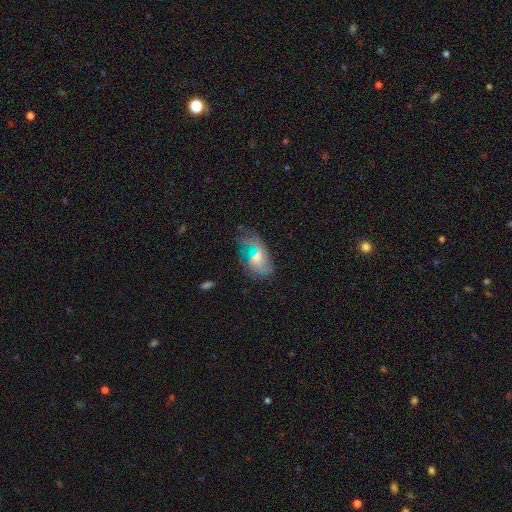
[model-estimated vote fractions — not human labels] This appears to be a featured or disk galaxy (58%) with a weak bar (46%), spiral arms (79%) and a moderate central bulge (47%). Merging: none (53%).